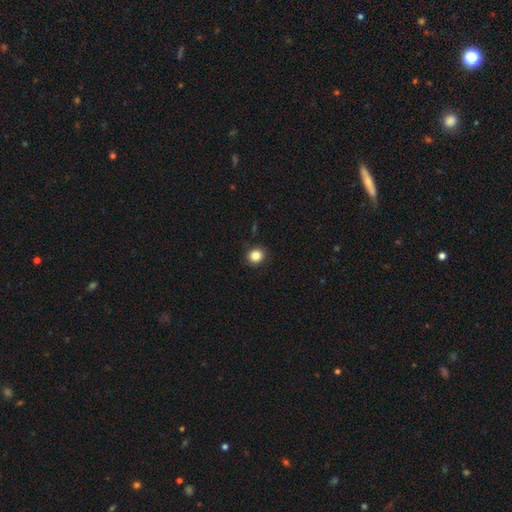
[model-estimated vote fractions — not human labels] A smooth galaxy with no disk features (84%) that is round (82%). Merging: none (90%).